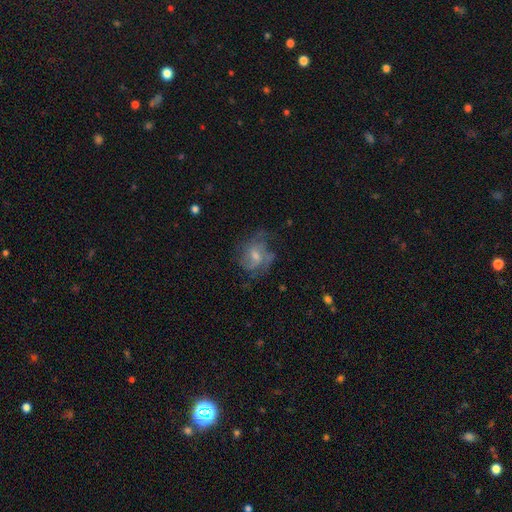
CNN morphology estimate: Overall: featured or disk (67%). Edge-on disk: no (97%). Bar: no (53%; weak 40%). Spiral arms: yes (85%). Spiral arm count: can't tell (33%; 3 27%). Spiral winding: medium (46%; tight 33%). Bulge size: moderate (48%; small 41%). Merging: none (62%).